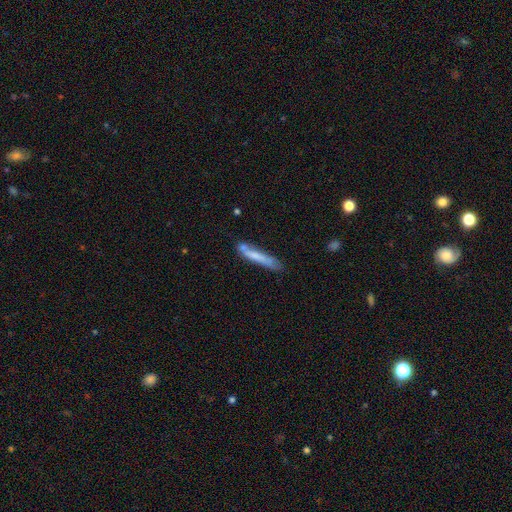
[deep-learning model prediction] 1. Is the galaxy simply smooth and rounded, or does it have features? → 63% smooth, 30% featured or disk, 6% star or artifact.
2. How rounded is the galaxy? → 93% cigar-shaped, 6% in between, 1% round.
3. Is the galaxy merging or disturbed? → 62% none, 22% minor disturbance, 9% merger, 7% major disturbance.